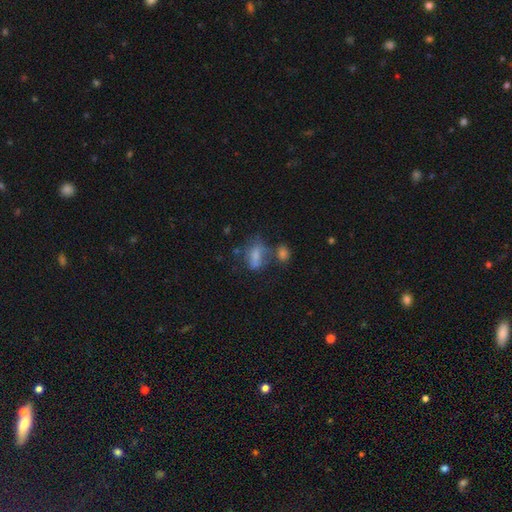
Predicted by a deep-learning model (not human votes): A smooth galaxy with no disk features (56%) that is in between round and cigar-shaped (75%).

Vote fractions:
- Smooth or featured? smooth: 56% / featured or disk: 26% / star or artifact: 18%
- How rounded? in between: 75% / round: 14% / cigar-shaped: 11%
- Merging? none: 43% / merger: 25% / minor disturbance: 19% / major disturbance: 13%